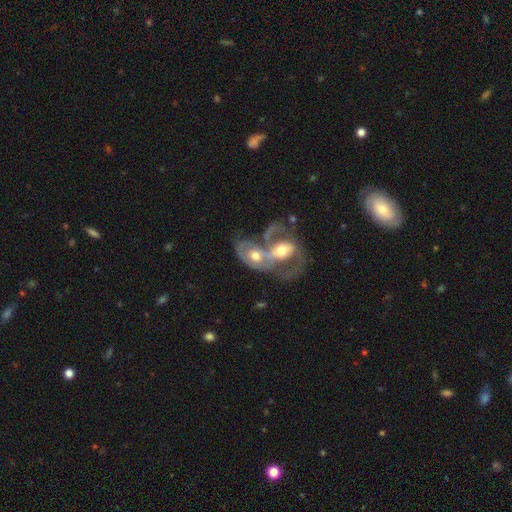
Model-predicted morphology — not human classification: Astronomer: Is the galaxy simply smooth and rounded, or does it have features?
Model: featured or disk — 73%.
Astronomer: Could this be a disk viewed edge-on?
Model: no — 95%.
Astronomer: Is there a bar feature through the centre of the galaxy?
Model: no — 54% (runner-up: weak, 31%).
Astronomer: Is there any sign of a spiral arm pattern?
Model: yes — 75%.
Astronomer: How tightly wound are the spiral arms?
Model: medium — 45% (runner-up: loose, 29%).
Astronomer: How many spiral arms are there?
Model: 2 — 70%.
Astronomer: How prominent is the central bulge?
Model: moderate — 65%.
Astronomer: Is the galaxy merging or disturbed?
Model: merger — 58%.